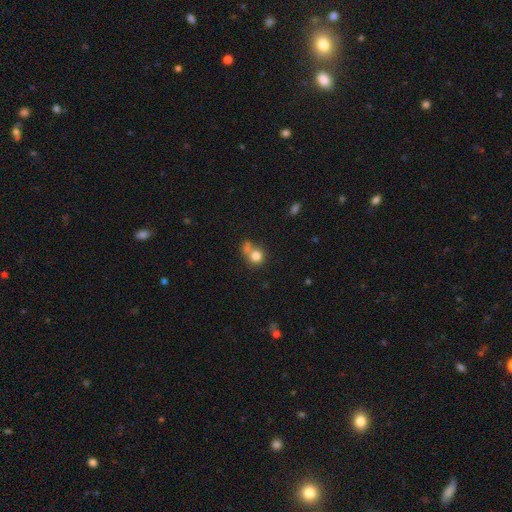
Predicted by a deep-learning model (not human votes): This appears to be a smooth galaxy with no disk features (78%) that is round (83%). Merging: none (42%).